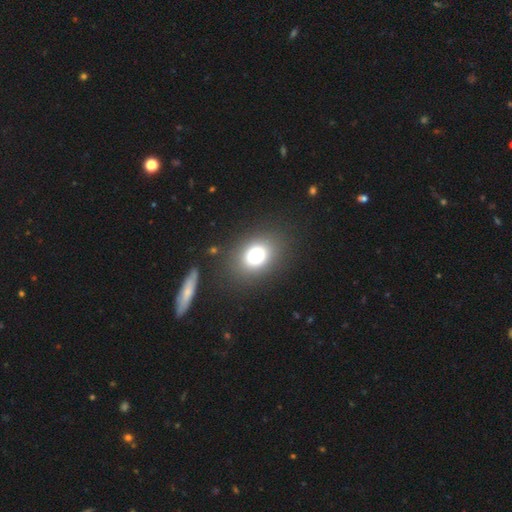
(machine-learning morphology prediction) A smooth galaxy with no disk features (76%) that is in between round and cigar-shaped (54%). Merging: none (85%).